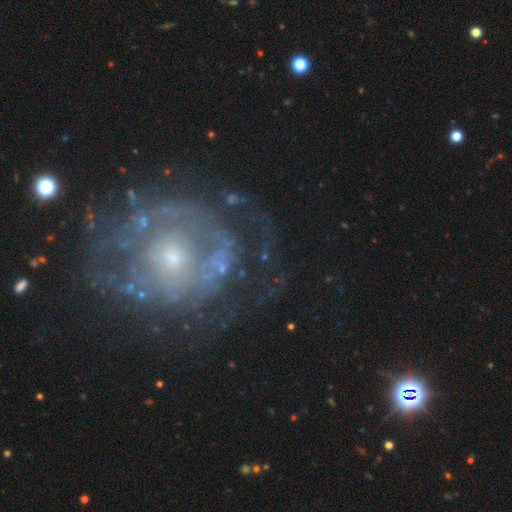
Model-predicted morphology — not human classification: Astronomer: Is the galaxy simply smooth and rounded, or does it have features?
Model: featured or disk — 75%.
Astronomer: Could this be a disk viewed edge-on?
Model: no — 97%.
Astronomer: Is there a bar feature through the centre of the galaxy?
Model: no — 83%.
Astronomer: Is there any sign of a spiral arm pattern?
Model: yes — 63%.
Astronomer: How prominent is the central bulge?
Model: small — 64%.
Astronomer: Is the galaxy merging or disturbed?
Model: none — 58%.